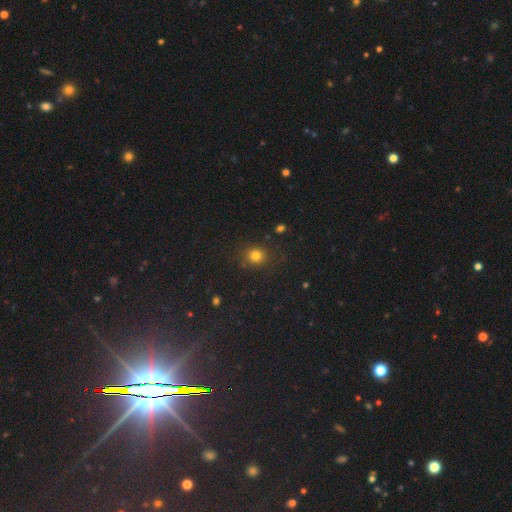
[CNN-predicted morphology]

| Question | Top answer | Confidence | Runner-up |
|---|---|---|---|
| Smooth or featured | smooth | 78% | star or artifact (16%) |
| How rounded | round | 84% | in between (15%) |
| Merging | none | 84% | minor disturbance (10%) |